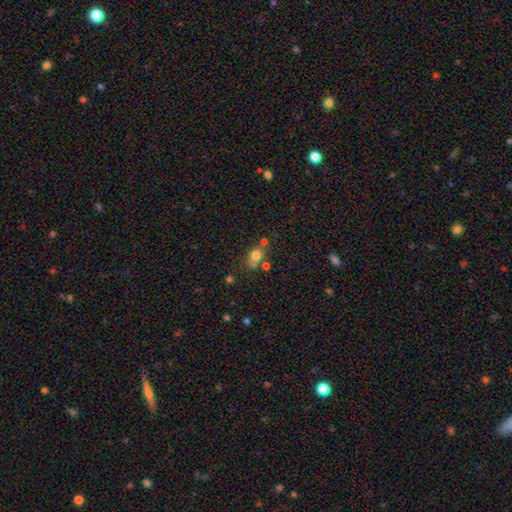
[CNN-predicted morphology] This is likely a smooth galaxy (73%). How rounded: possibly in between (53%). Merging: possibly none (53%).